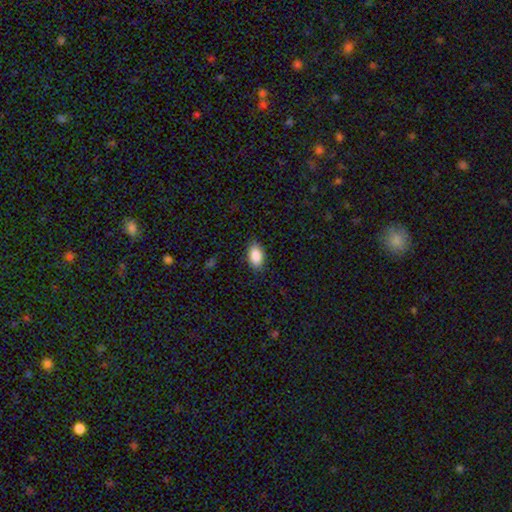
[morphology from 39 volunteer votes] smooth 92%, star or artifact 8%, featured or disk 0%. Down the decision tree: how rounded — in between (75%); merging — none (92%).